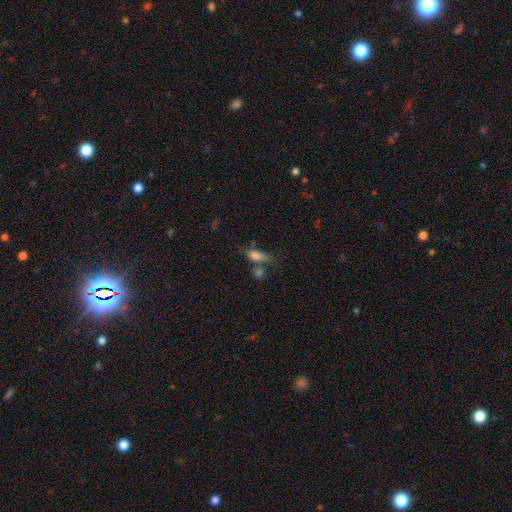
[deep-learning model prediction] This appears to be a smooth galaxy with no disk features (65%) that is in between round and cigar-shaped (59%). Merging: none (46%).